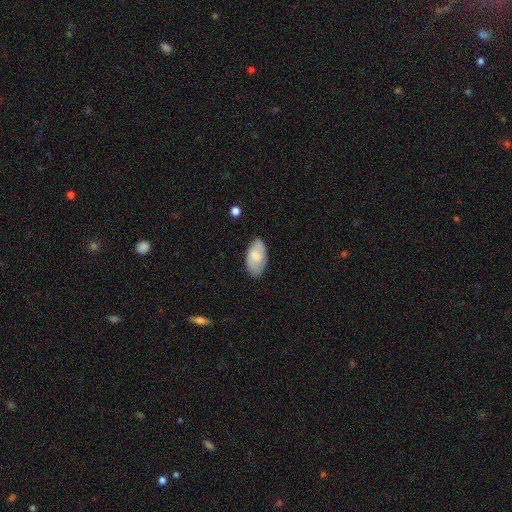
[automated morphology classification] Overall: smooth (76%). How rounded: in between (95%). Merging: none (75%).